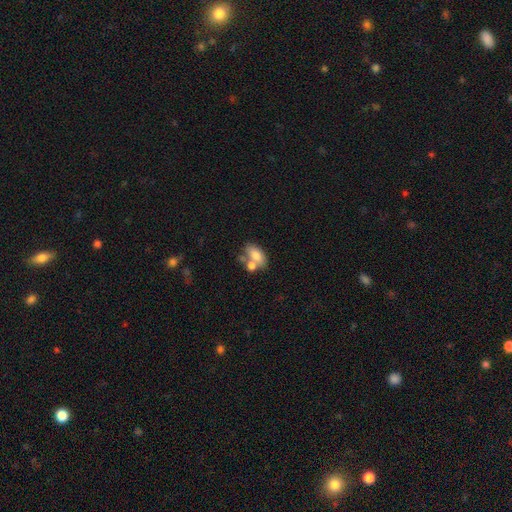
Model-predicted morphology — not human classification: This appears to be a smooth galaxy with no disk features (73%) that is in between round and cigar-shaped (88%). Merging: merger (44%).